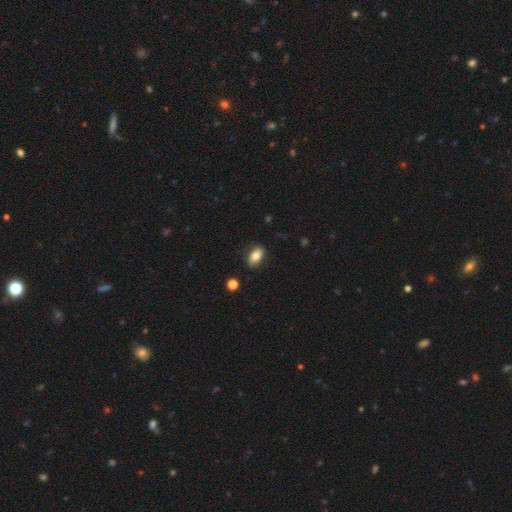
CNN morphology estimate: type=smooth (83%); roundness=in between (89%); merging=none (84%).